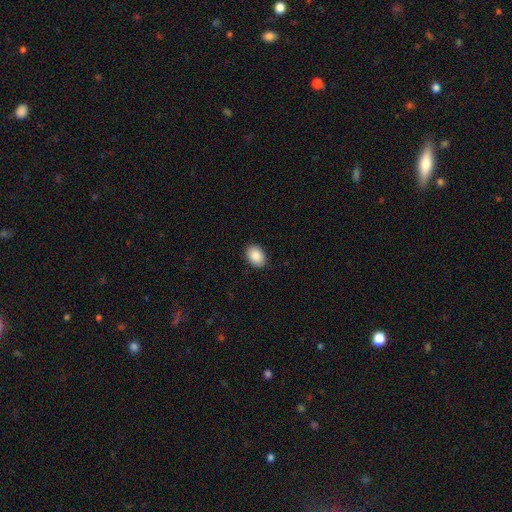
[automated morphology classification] Overall: smooth (88%). How rounded: in between (82%). Merging: none (90%).